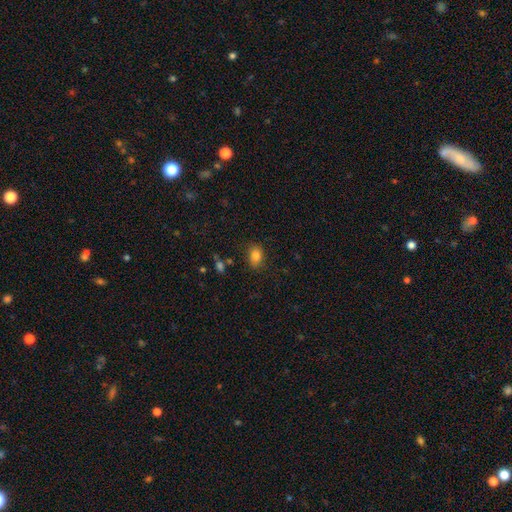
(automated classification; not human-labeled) This is clearly a smooth galaxy (83%). How rounded: likely in between (77%). Merging: clearly none (83%).